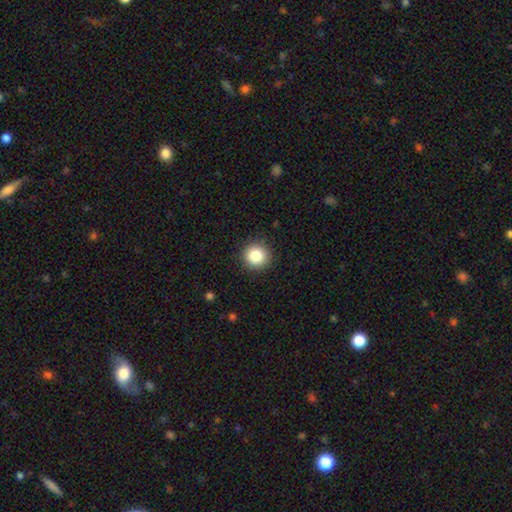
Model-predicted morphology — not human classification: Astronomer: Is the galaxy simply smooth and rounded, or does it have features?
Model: smooth — 85%.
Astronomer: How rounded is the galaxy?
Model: round — 94%.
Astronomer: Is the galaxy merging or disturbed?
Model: none — 91%.